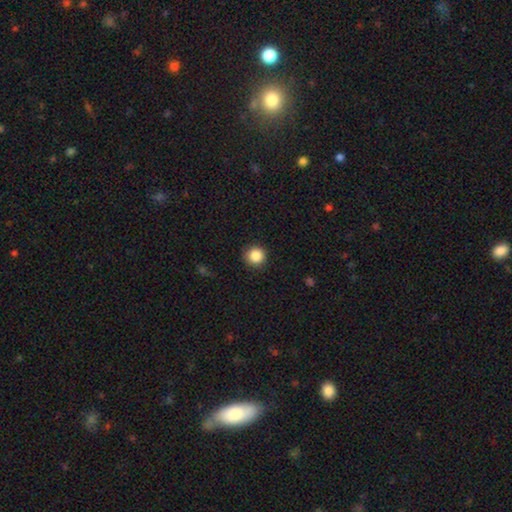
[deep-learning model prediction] Smooth or featured? Predicted: smooth (p=0.86). How rounded? Predicted: round (p=0.94). Merging? Predicted: none (p=0.91).